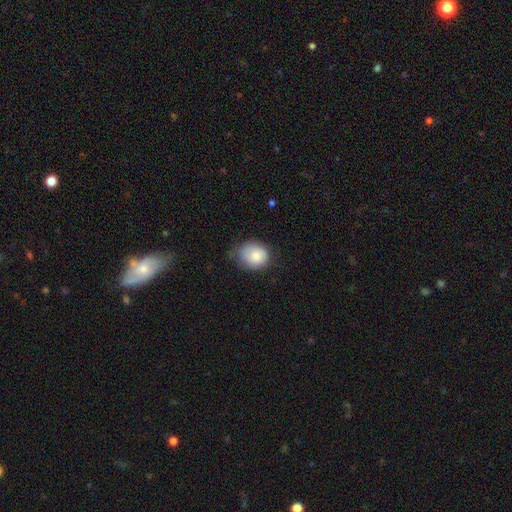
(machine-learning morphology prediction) type=smooth (82%); roundness=round (62%); merging=none (57%).